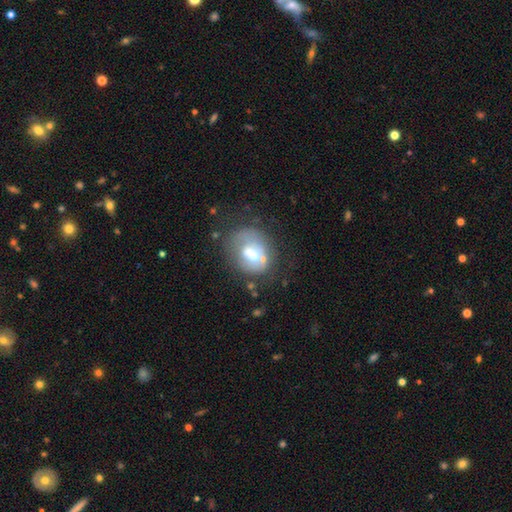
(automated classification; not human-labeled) A smooth galaxy with no disk features (49%).

Vote fractions:
- Smooth or featured? smooth: 49% / featured or disk: 42% / star or artifact: 9%
- Merging? none: 43% / minor disturbance: 25% / major disturbance: 22% / merger: 10%